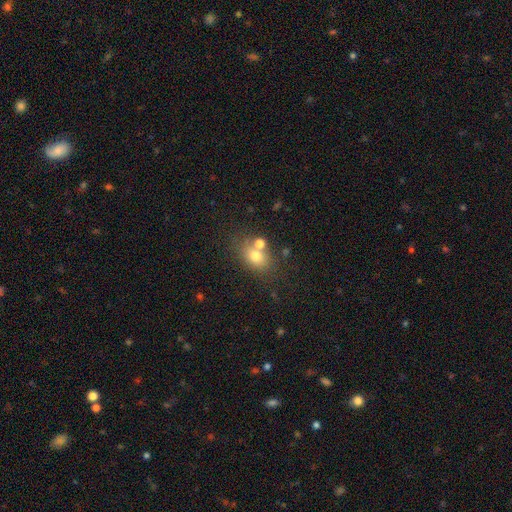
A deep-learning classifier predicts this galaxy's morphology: type=smooth (72%); roundness=in between (64%); merging=none (59%).